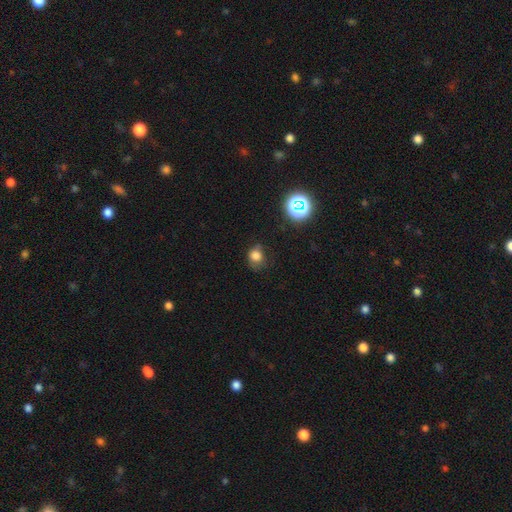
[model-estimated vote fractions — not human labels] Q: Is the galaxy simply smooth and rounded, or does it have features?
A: smooth — 77%.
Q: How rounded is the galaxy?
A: round — 68%.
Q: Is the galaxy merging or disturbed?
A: none — 55%.